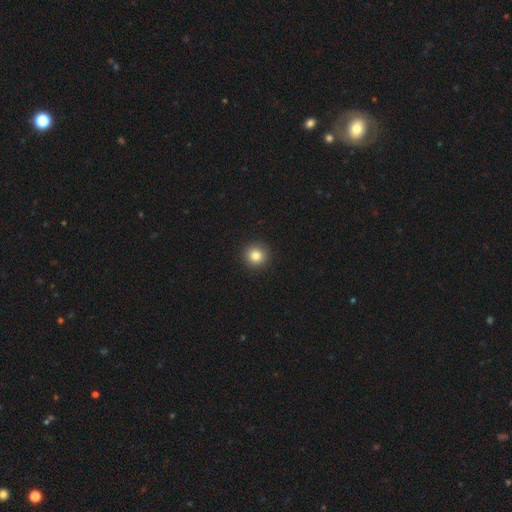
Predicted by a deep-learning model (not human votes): This appears to be a smooth galaxy with no disk features (83%) that is round (94%). Merging: none (93%).